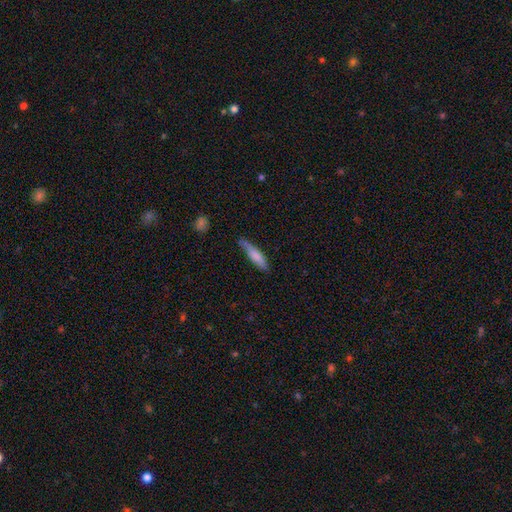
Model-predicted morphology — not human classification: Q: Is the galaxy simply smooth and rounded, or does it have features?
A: smooth — 75%.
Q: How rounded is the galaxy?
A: cigar-shaped — 78%.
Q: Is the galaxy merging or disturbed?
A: none — 61%.